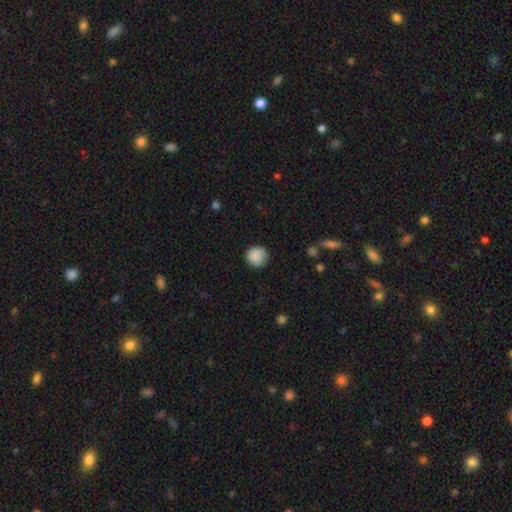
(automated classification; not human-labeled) A smooth galaxy with no disk features (89%) that is round (92%). Merging: none (84%).